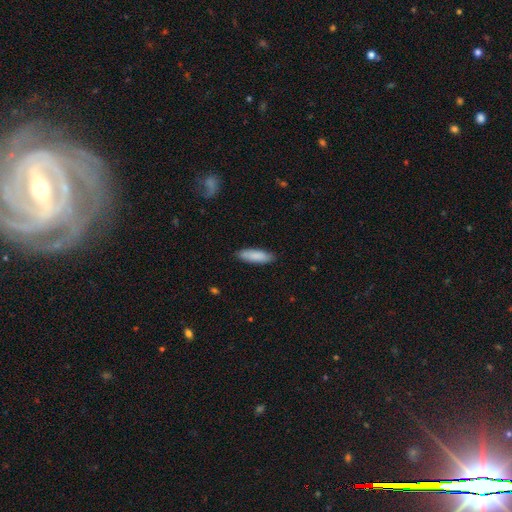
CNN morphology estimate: Smooth or featured: smooth — 86% (featured or disk — 8%)
How rounded: in between — 50% (cigar-shaped — 49%)
Merging: none — 85% (minor disturbance — 12%)